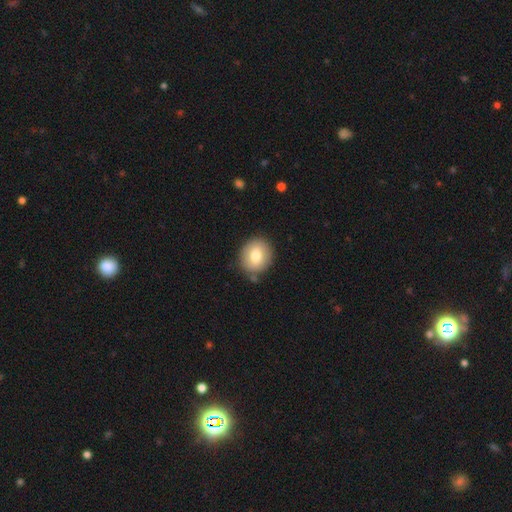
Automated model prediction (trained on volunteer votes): A smooth galaxy with no disk features (77%) that is round (76%).

Vote fractions:
- Smooth or featured? smooth: 77% / featured or disk: 15% / star or artifact: 8%
- How rounded? round: 76% / in between: 23% / cigar-shaped: 1%
- Merging? none: 83% / minor disturbance: 11% / merger: 4% / major disturbance: 3%